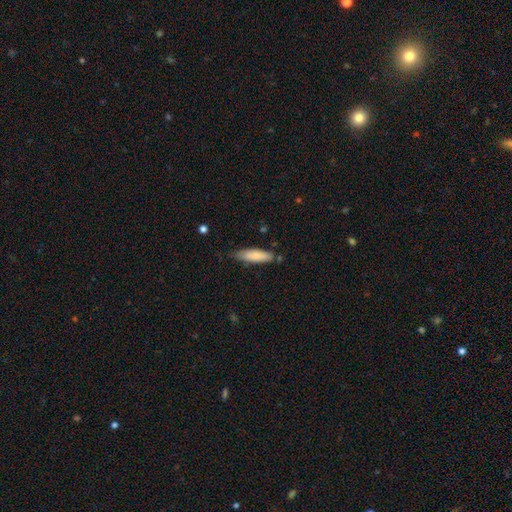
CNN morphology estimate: This is likely a smooth galaxy (79%). How rounded: possibly cigar-shaped (56%). Merging: likely none (73%).